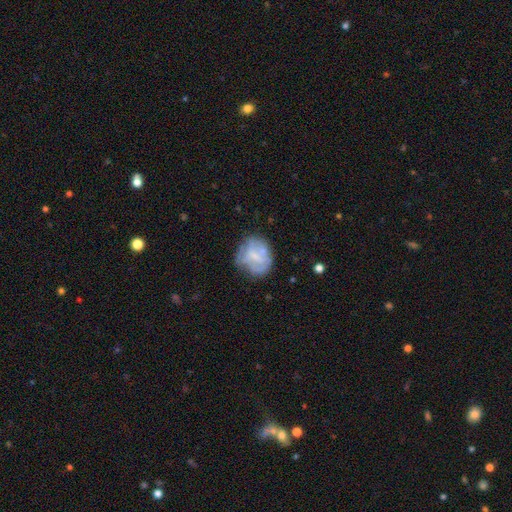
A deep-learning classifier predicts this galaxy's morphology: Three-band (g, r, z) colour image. It shows a featured or disk galaxy (52%) with no bar (57%), no spiral arms (62%) and a small central bulge (41%). Merging: none (51%).